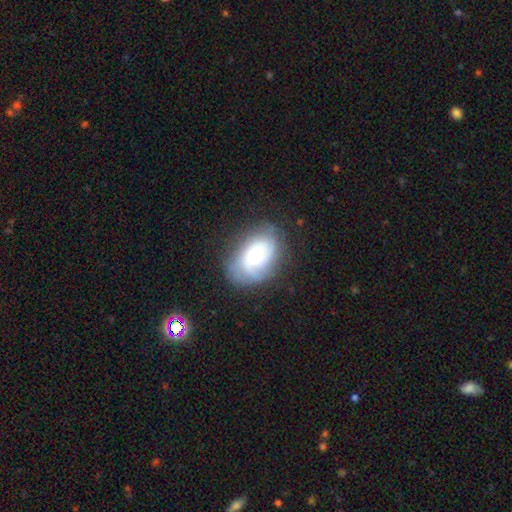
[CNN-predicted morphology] type=featured or disk (55%); edge-on=no (95%); bar=no (79%); spiral arms=yes (79%); bulge=moderate (48%); merging=none (70%).